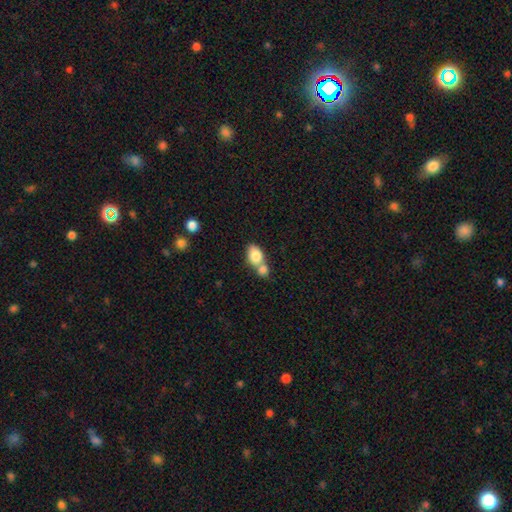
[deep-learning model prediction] This is clearly a smooth galaxy (81%). How rounded: likely in between (77%). Merging: possibly merger (58%).